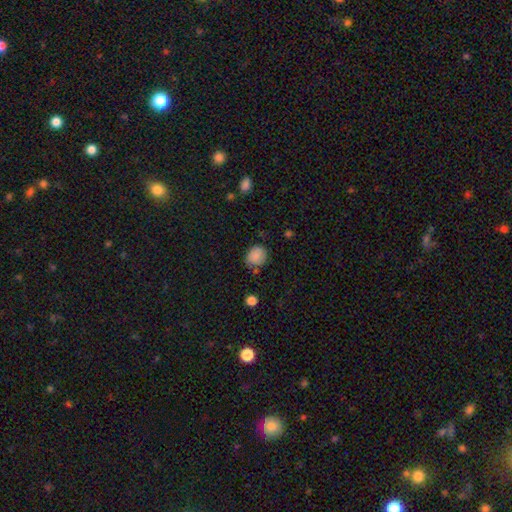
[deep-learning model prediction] smooth_or_featured: smooth (p=0.83) [alt: star or artifact p=0.09]
how_rounded: round (p=0.67) [alt: in between p=0.32]
merging: none (p=0.69) [alt: minor disturbance p=0.21]